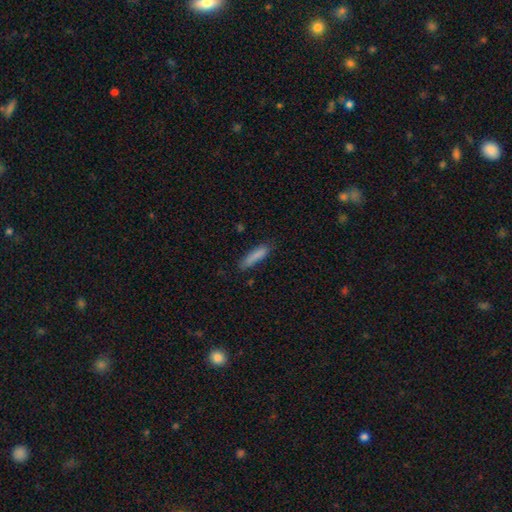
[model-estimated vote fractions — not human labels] This appears to be a smooth galaxy with no disk features (85%) that is cigar-shaped (78%). Merging: none (75%).